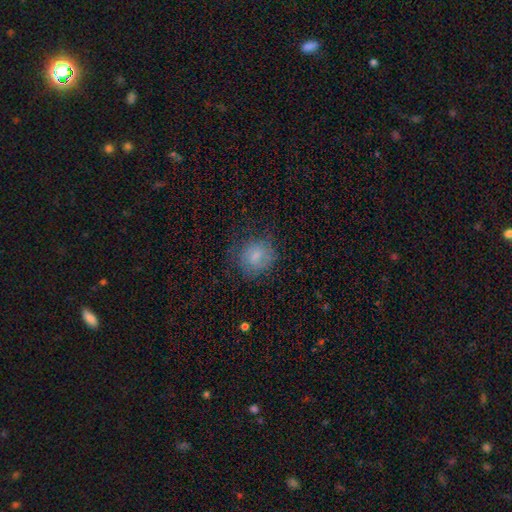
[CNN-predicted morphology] A smooth galaxy with no disk features (71%) that is round (75%). Merging: none (64%).